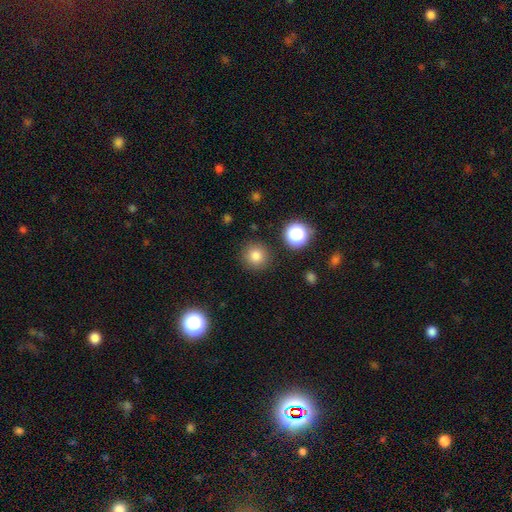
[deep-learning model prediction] smooth-or-featured: smooth: 80% | star or artifact: 14% | featured or disk: 6%
  how-rounded: round: 94% | in between: 5% | cigar-shaped: 1%
  merging: none: 89% | minor disturbance: 6% | major disturbance: 3% | merger: 2%